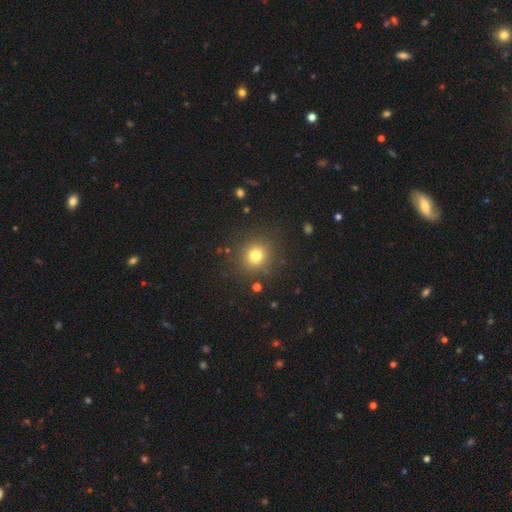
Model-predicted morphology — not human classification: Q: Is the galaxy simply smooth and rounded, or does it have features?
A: smooth — 76%.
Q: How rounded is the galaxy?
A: round — 90%.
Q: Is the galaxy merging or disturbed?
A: none — 88%.